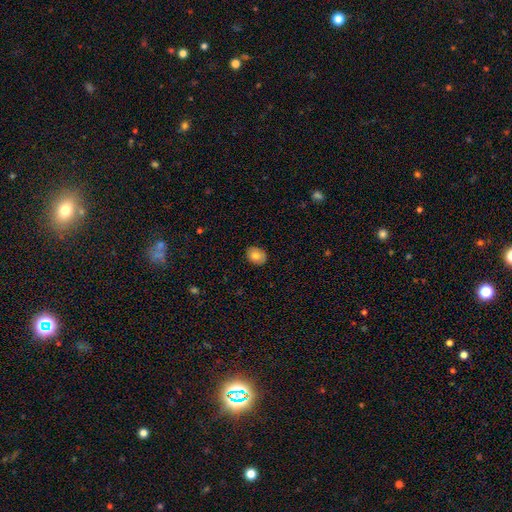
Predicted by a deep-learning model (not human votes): Smooth or featured?
  - smooth: 77% *
  - featured or disk: 15%
  - star or artifact: 8%
How rounded?
  - round: 50% *
  - in between: 49%
  - cigar-shaped: 1%
Merging?
  - none: 88% *
  - minor disturbance: 9%
  - major disturbance: 2%
  - merger: 1%